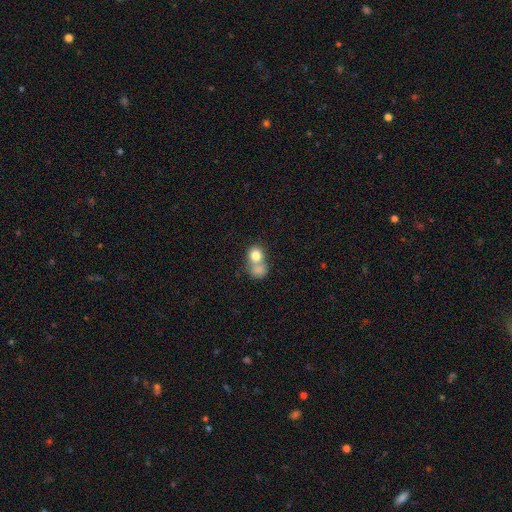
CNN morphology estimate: smooth 79%, featured or disk 12%, star or artifact 9%. Down the decision tree: how rounded — round (70%); merging — merger (62%).